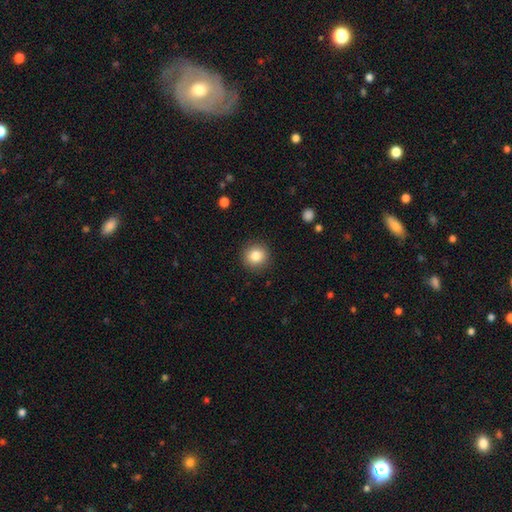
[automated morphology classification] Smooth or featured?
  - smooth: 83% *
  - star or artifact: 10%
  - featured or disk: 7%
How rounded?
  - round: 93% *
  - in between: 6%
  - cigar-shaped: 1%
Merging?
  - none: 90% *
  - minor disturbance: 6%
  - major disturbance: 2%
  - merger: 1%